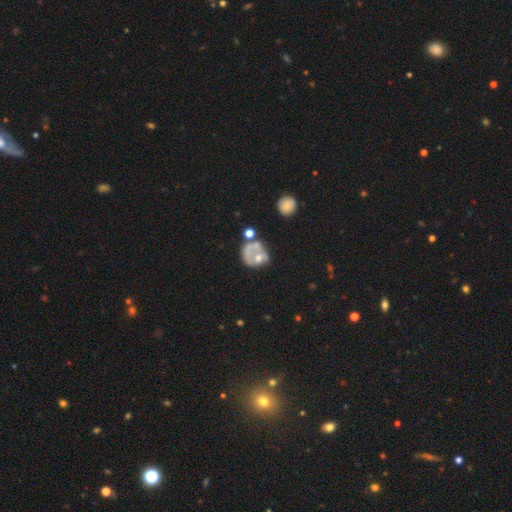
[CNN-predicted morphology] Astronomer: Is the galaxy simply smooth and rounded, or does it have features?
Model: smooth — 45% (runner-up: featured or disk, 44%).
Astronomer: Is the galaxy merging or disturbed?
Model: none — 29%, tied with major disturbance at 29%.